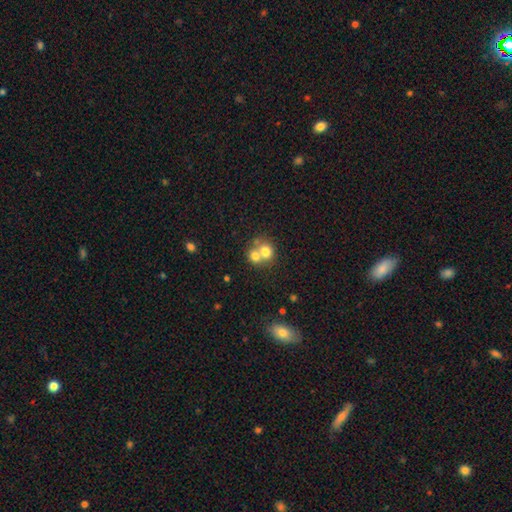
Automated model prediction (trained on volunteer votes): smooth 71%, featured or disk 18%, star or artifact 10%. Down the decision tree: how rounded — round (72%); merging — merger (63%).